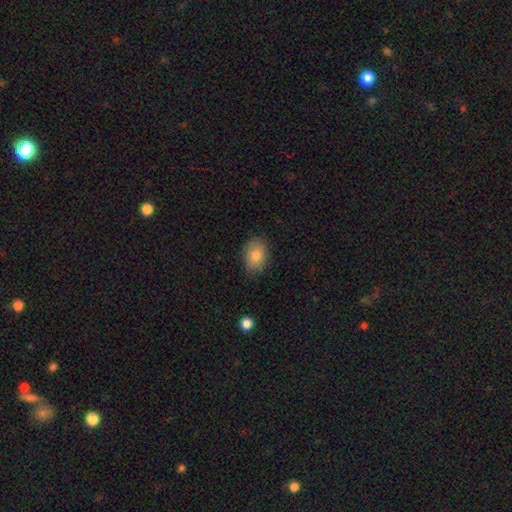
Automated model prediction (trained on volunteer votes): Smooth or featured? Predicted: smooth (p=0.81). How rounded? Predicted: in between (p=0.71). Merging? Predicted: none (p=0.79).